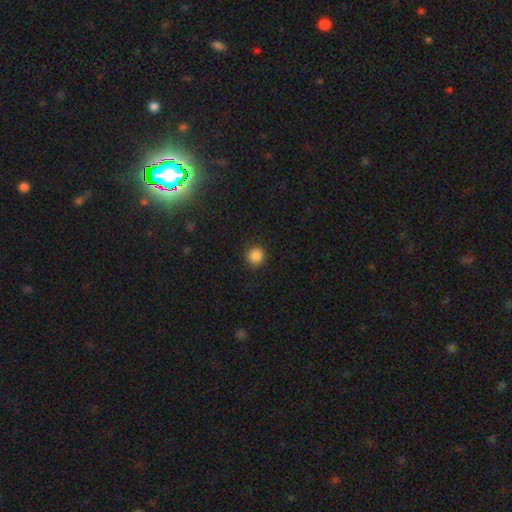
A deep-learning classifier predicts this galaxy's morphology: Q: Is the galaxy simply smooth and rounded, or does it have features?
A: smooth — 87%.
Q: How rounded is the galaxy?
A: round — 92%.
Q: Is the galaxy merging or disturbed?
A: none — 91%.